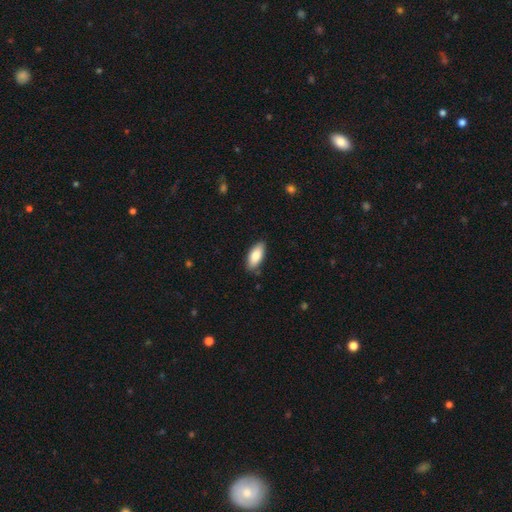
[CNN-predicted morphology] smooth-or-featured: smooth: 83% | featured or disk: 11% | star or artifact: 6%
  how-rounded: in between: 86% | cigar-shaped: 12% | round: 2%
  merging: none: 84% | minor disturbance: 13% | major disturbance: 2% | merger: 1%